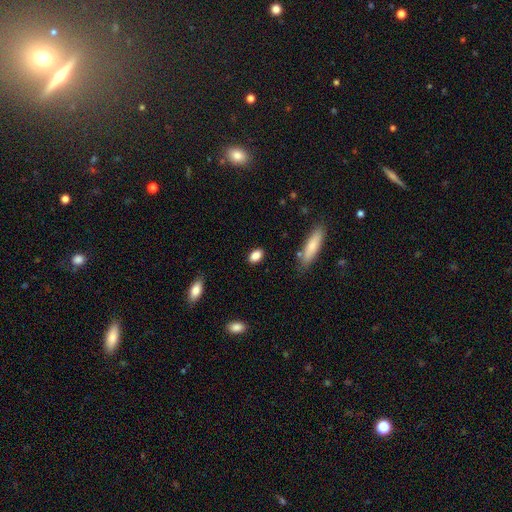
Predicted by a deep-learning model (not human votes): smooth-or-featured: smooth: 86% | star or artifact: 8% | featured or disk: 6%
  how-rounded: in between: 82% | round: 14% | cigar-shaped: 4%
  merging: none: 85% | minor disturbance: 10% | major disturbance: 3% | merger: 2%